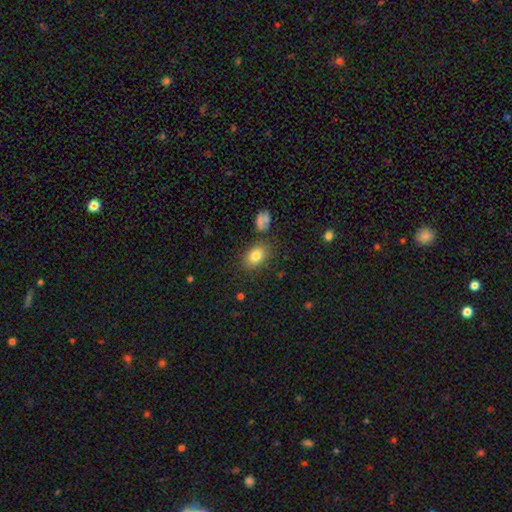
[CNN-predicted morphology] This is clearly a smooth galaxy (81%). How rounded: likely in between (79%). Merging: likely none (78%).